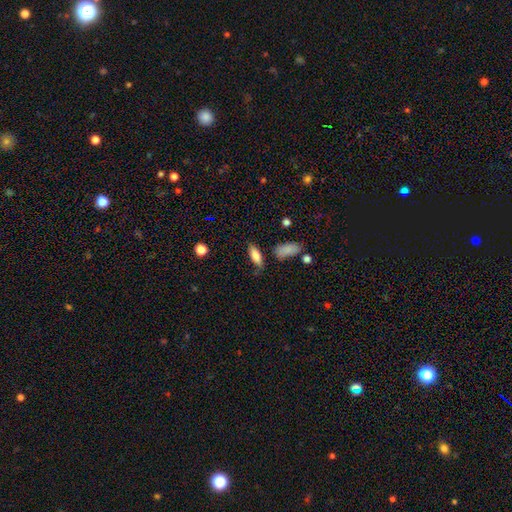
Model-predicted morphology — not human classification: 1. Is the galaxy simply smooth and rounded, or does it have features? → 81% smooth, 12% featured or disk, 8% star or artifact.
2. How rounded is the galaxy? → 73% in between, 25% cigar-shaped, 3% round.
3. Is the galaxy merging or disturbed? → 69% none, 21% minor disturbance, 6% major disturbance, 5% merger.